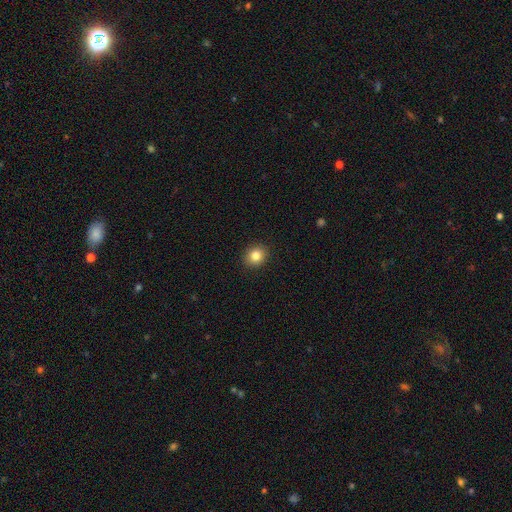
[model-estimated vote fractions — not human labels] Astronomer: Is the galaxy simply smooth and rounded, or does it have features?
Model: smooth — 84%.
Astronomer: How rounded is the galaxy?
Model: round — 71%.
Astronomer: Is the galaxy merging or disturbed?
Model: none — 91%.